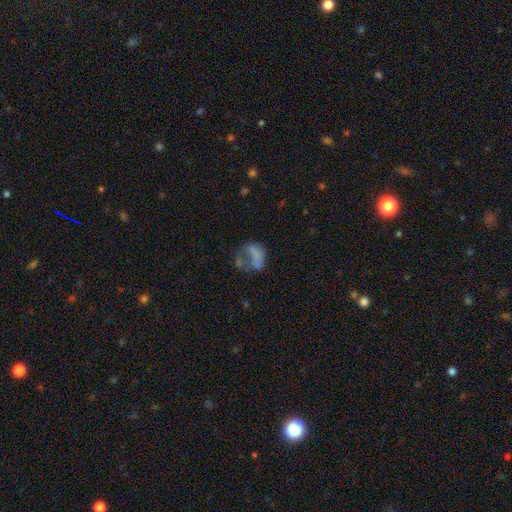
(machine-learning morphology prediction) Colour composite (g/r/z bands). It shows a smooth galaxy with no disk features (55%) that is in between round and cigar-shaped (70%). Merging: major disturbance (43%).